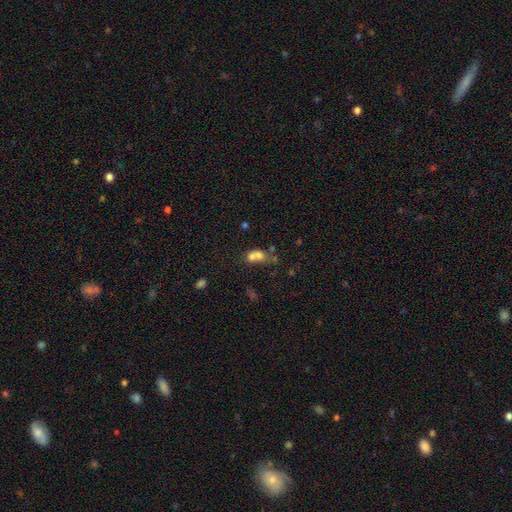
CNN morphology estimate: Q: Smooth or featured?
A: smooth (68%); runner-up: featured or disk (19%)
Q: How rounded?
A: in between (57%); runner-up: round (39%)
Q: Merging?
A: merger (63%); runner-up: none (20%)